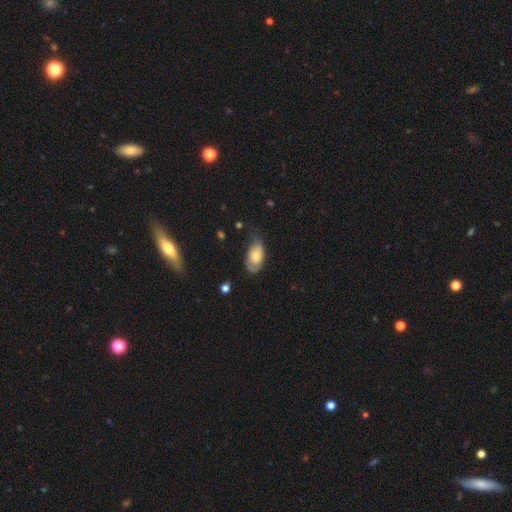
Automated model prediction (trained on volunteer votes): smooth 57%, featured or disk 37%, star or artifact 7%. Down the decision tree: how rounded — in between (91%); merging — none (46%).